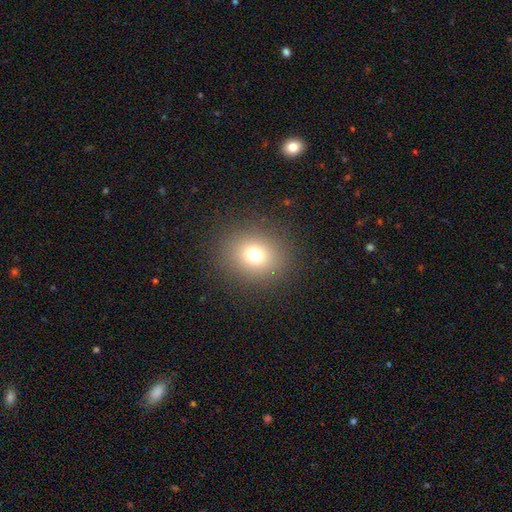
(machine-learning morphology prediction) The model was most divided on "how rounded": round: 73%, in between: 26%, cigar-shaped: 1%. More confident: merging — none (90%); smooth or featured — smooth (74%).